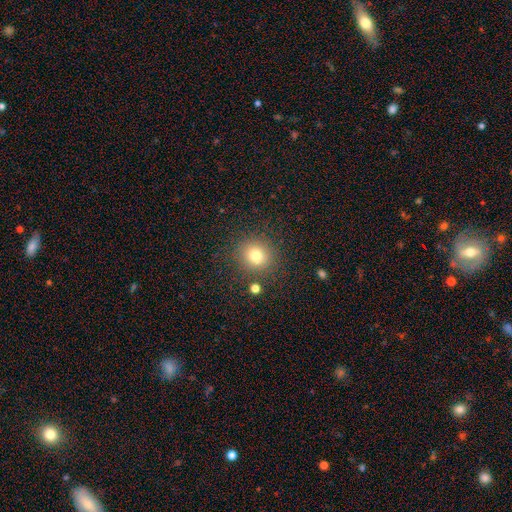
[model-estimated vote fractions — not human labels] Smooth or featured? smooth (76%)
How rounded? round (82%)
Merging? none (81%)